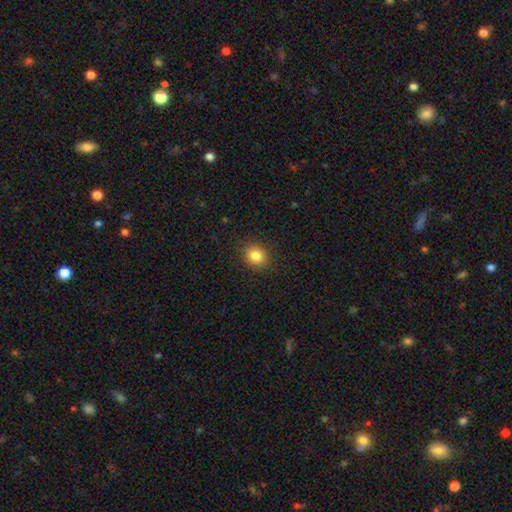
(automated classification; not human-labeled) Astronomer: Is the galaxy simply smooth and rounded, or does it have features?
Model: smooth — 84%.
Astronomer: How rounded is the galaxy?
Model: round — 76%.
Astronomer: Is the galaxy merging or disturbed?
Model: none — 90%.